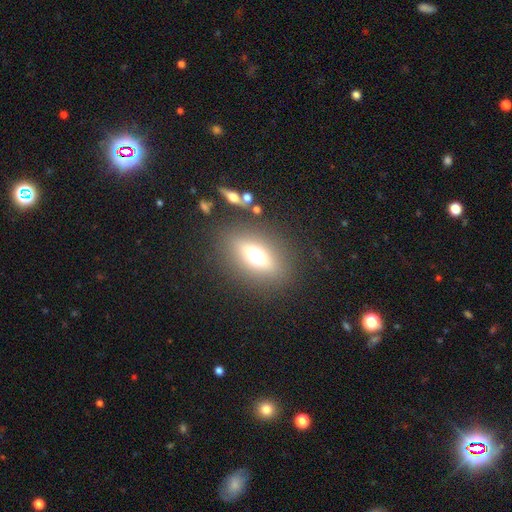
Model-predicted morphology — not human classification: Smooth or featured?
  - smooth: 55% *
  - featured or disk: 26%
  - star or artifact: 19%
How rounded?
  - in between: 65% *
  - round: 26%
  - cigar-shaped: 9%
Merging?
  - none: 81% *
  - minor disturbance: 9%
  - major disturbance: 6%
  - merger: 4%